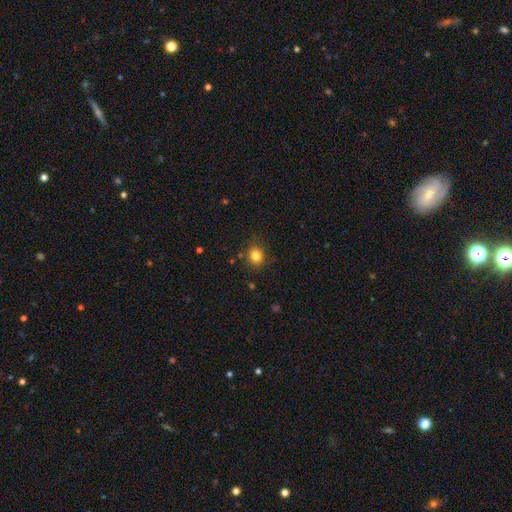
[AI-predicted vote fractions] smooth 82%, star or artifact 12%, featured or disk 6%. Down the decision tree: how rounded — round (83%); merging — none (84%).